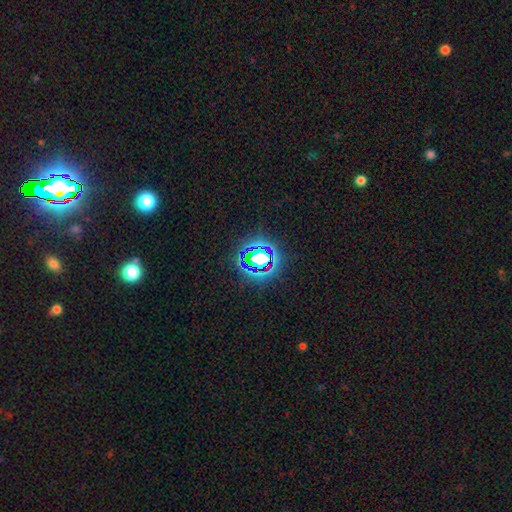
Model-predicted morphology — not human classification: Smooth or featured? Predicted: star or artifact (p=0.66).